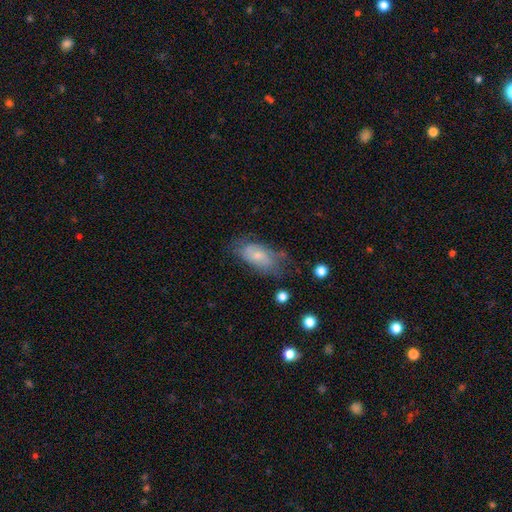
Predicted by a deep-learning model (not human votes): Smooth or featured? Predicted: smooth (p=0.48). Merging? Predicted: none (p=0.59).